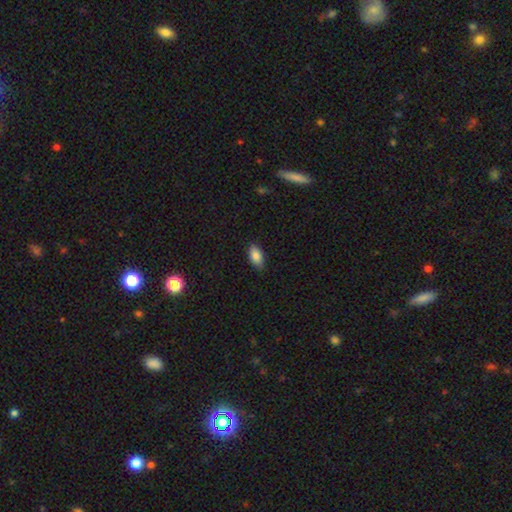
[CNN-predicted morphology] This appears to be a smooth galaxy with no disk features (85%) that is in between round and cigar-shaped (91%). Merging: none (85%).